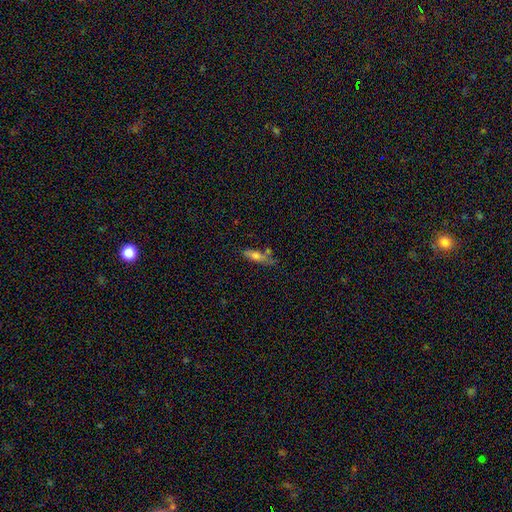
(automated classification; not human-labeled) A smooth galaxy with no disk features (68%) that is cigar-shaped (51%). Merging: none (54%).